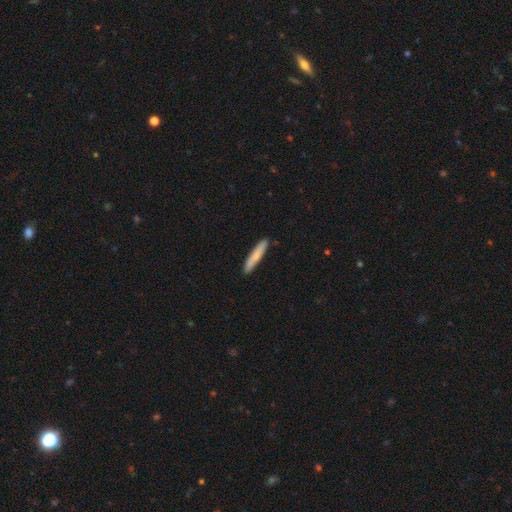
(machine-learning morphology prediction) A smooth galaxy with no disk features (74%) that is cigar-shaped (92%). Merging: none (90%).